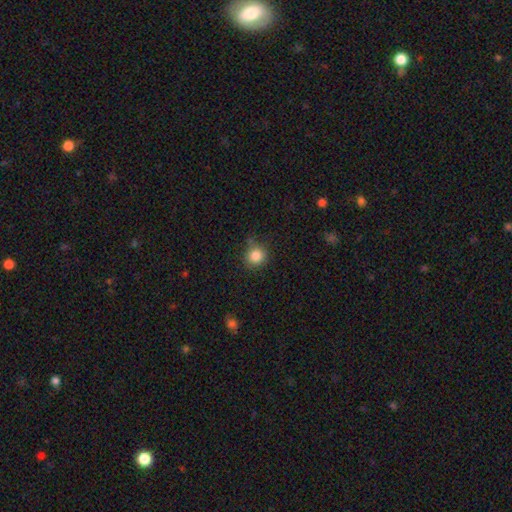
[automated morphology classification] This appears to be a smooth galaxy with no disk features (85%) that is round (89%). Merging: none (77%).